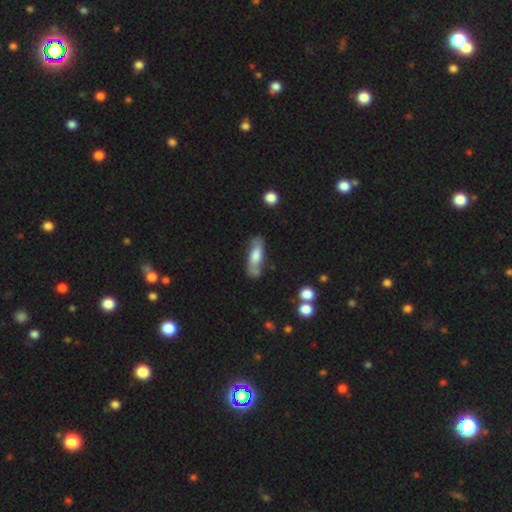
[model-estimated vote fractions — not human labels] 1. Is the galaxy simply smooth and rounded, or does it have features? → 49% smooth, 44% featured or disk, 7% star or artifact.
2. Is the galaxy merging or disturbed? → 67% none, 21% minor disturbance, 7% major disturbance, 5% merger.